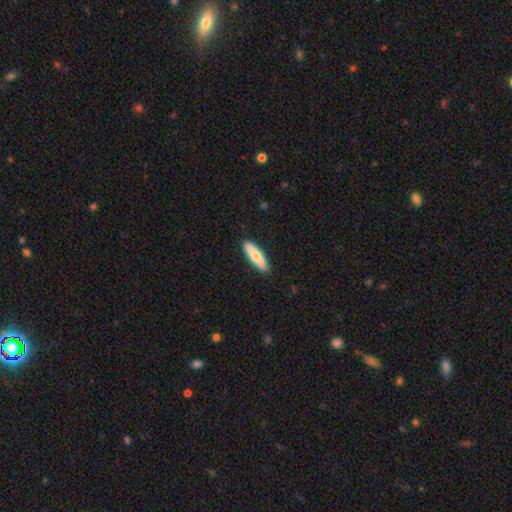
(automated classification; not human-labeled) smooth-or-featured: smooth: 71% | featured or disk: 24% | star or artifact: 5%
  how-rounded: cigar-shaped: 67% | in between: 31% | round: 2%
  merging: none: 91% | minor disturbance: 7% | major disturbance: 1% | merger: 1%